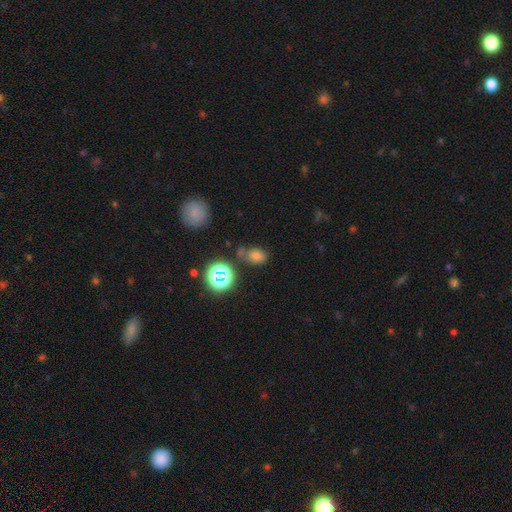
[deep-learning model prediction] A smooth galaxy with no disk features (61%) that is in between round and cigar-shaped (62%).

Vote fractions:
- Smooth or featured? smooth: 61% / star or artifact: 31% / featured or disk: 9%
- How rounded? in between: 62% / round: 37% / cigar-shaped: 2%
- Merging? none: 68% / minor disturbance: 16% / merger: 10% / major disturbance: 6%